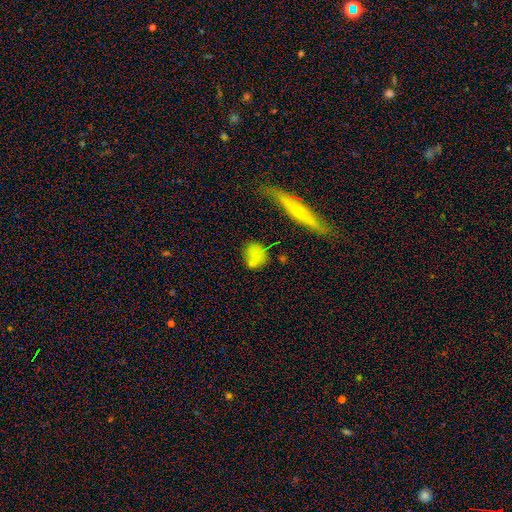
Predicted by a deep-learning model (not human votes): Smooth or featured: smooth — 69% (featured or disk — 19%)
How rounded: round — 57% (in between — 38%)
Merging: none — 57% (minor disturbance — 19%)